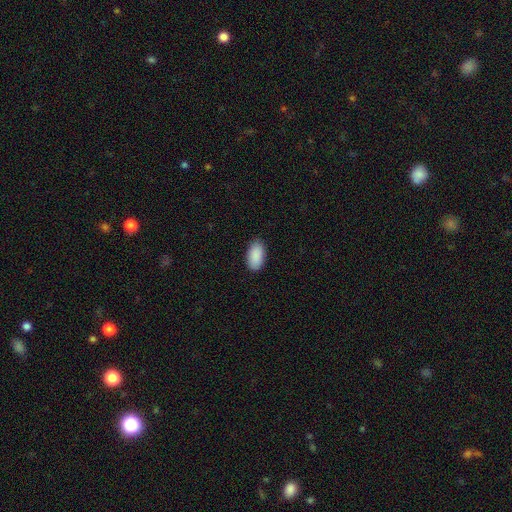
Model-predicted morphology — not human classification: Q: Smooth or featured?
A: smooth (91%); runner-up: star or artifact (6%)
Q: How rounded?
A: in between (95%); runner-up: round (3%)
Q: Merging?
A: none (85%); runner-up: minor disturbance (12%)